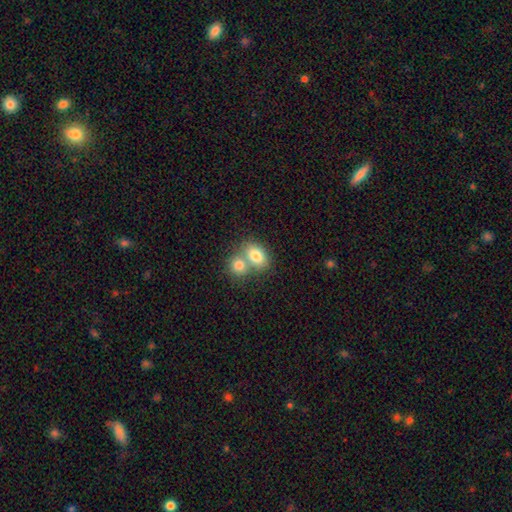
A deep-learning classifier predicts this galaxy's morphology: Overall: smooth (80%). How rounded: in between (65%; round 33%). Merging: merger (57%; none 32%).